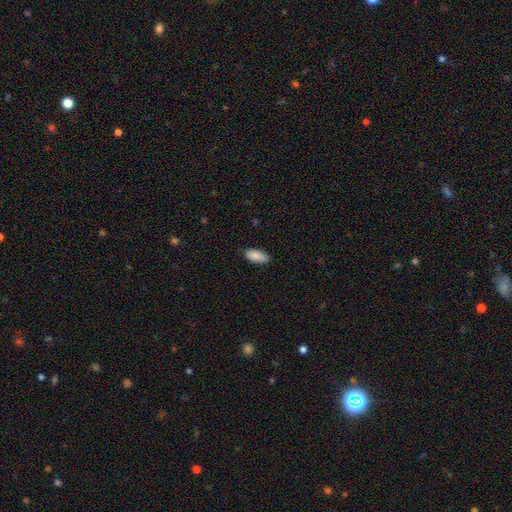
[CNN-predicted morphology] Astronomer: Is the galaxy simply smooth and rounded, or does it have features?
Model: smooth — 88%.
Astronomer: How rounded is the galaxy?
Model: in between — 88%.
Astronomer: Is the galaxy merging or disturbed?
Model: none — 82%.